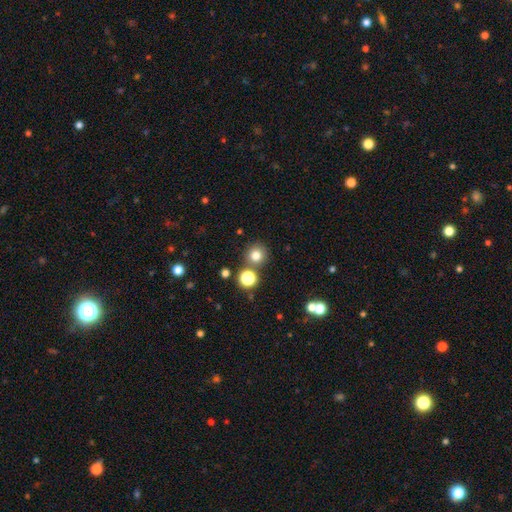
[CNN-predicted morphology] This appears to be a smooth galaxy with no disk features (76%) that is round (93%). Merging: none (79%).